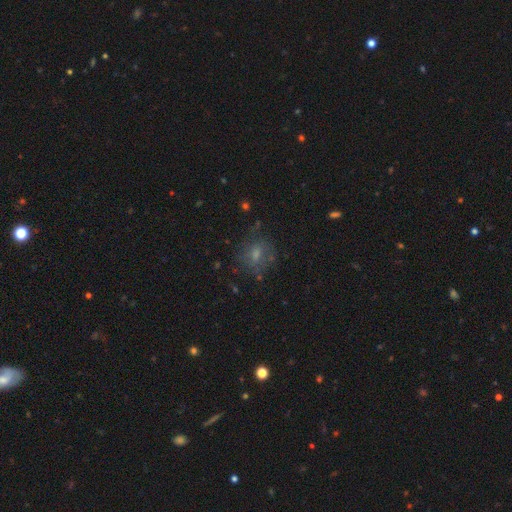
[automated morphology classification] A smooth galaxy with no disk features (59%) that is round (60%).

Vote fractions:
- Smooth or featured? smooth: 59% / featured or disk: 25% / star or artifact: 16%
- How rounded? round: 60% / in between: 38% / cigar-shaped: 2%
- Merging? none: 66% / minor disturbance: 19% / major disturbance: 12% / merger: 3%